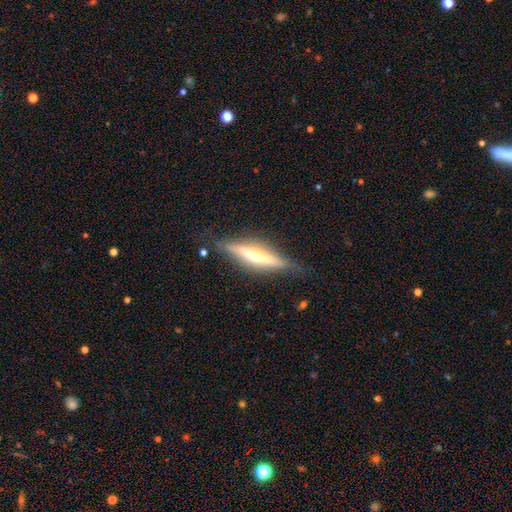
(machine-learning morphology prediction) A featured or disk galaxy (68%) viewed edge-on (94%) with a rounded central bulge (64%). Merging: none (79%).